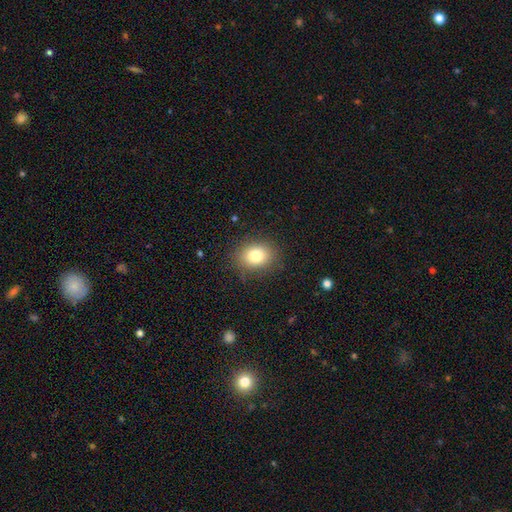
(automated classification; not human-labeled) A smooth galaxy with no disk features (79%) that is round (50%). Merging: none (84%).